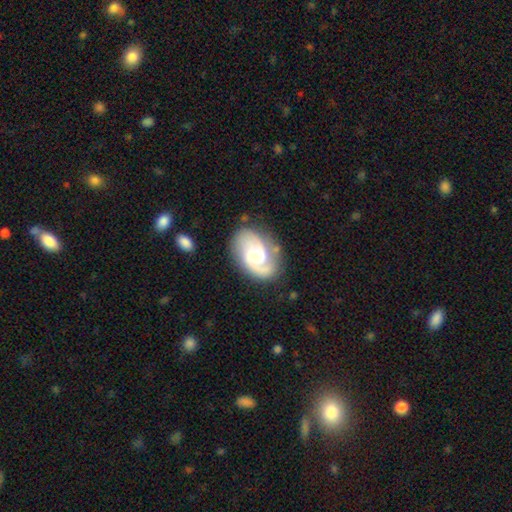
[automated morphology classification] The model was most divided on "bulge size": moderate: 53%, small: 33%, large: 8%, none: 4%, dominant: 1%. More confident: edge-on disk — no (98%); spiral arms — yes (96%); smooth or featured — featured or disk (85%); spiral arm count — 2 (83%); merging — none (73%); bar — weak (56%); spiral winding — medium (52%).